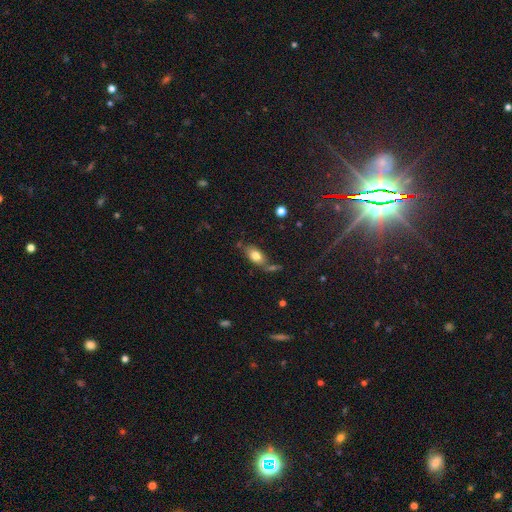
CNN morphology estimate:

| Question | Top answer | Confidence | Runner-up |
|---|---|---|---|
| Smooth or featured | smooth | 76% | featured or disk (15%) |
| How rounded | in between | 87% | round (7%) |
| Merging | none | 61% | minor disturbance (17%) |